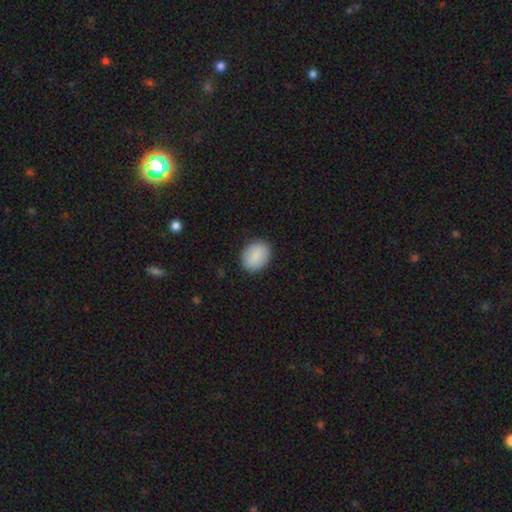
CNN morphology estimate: type=smooth (87%); roundness=in between (56%); merging=none (88%).